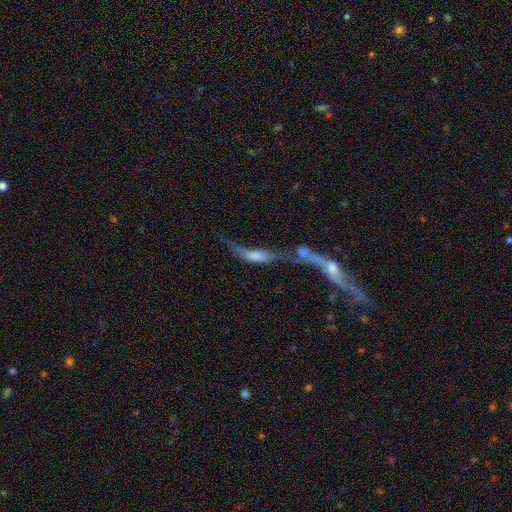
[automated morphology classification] Smooth or featured? featured or disk (49%)
Merging? merger (70%)